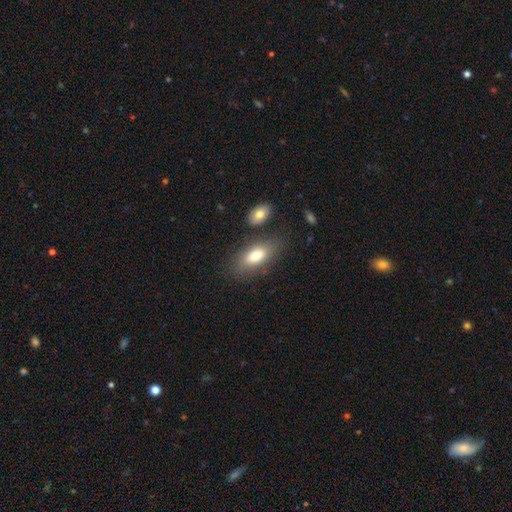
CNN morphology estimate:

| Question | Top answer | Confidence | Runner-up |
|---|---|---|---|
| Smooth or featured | smooth | 76% | featured or disk (16%) |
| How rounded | in between | 84% | cigar-shaped (12%) |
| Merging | none | 71% | minor disturbance (15%) |